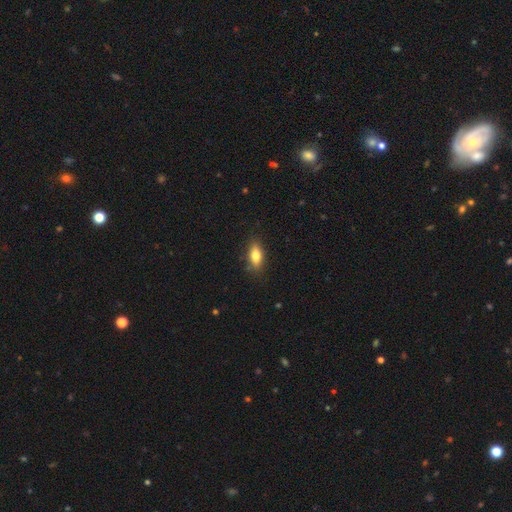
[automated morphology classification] A smooth galaxy with no disk features (77%) that is in between round and cigar-shaped (80%). Merging: none (84%).